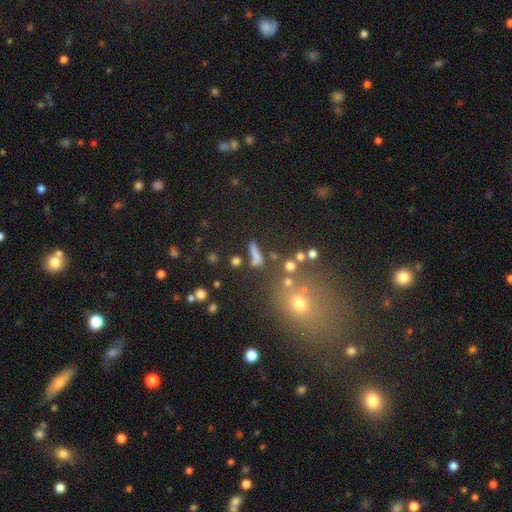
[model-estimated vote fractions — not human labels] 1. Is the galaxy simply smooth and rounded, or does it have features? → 66% smooth, 18% star or artifact, 16% featured or disk.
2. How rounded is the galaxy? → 57% cigar-shaped, 29% in between, 14% round.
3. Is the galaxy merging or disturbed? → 63% none, 15% minor disturbance, 14% merger, 8% major disturbance.